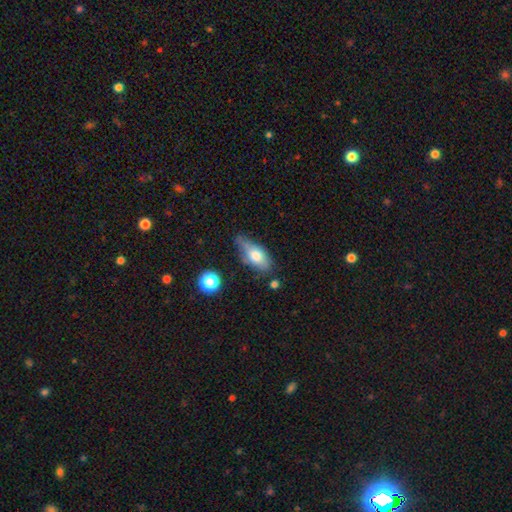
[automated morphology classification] Q: Smooth or featured?
A: smooth (68%); runner-up: featured or disk (25%)
Q: How rounded?
A: in between (82%); runner-up: cigar-shaped (14%)
Q: Merging?
A: none (47%); runner-up: minor disturbance (36%)